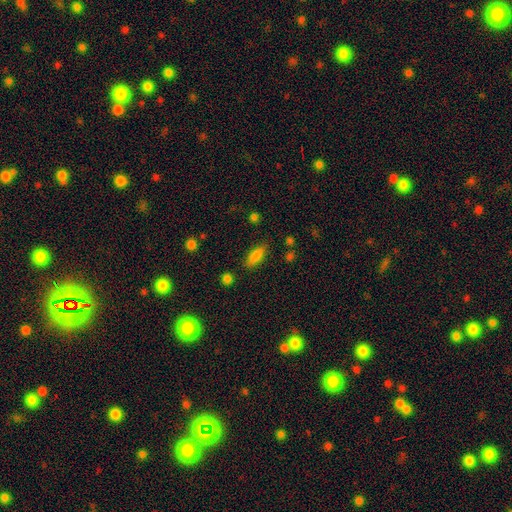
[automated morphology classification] Smooth or featured? smooth (82%)
How rounded? in between (72%)
Merging? none (82%)